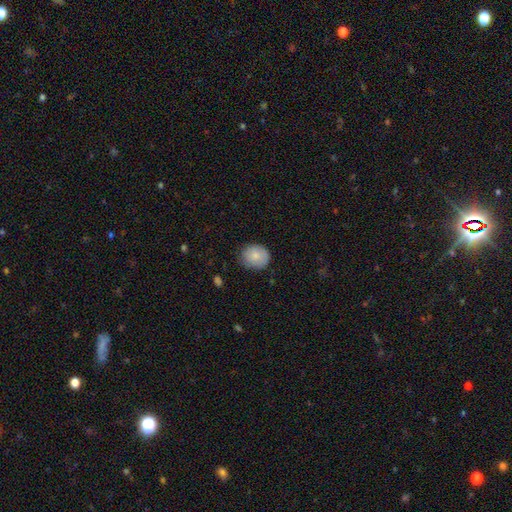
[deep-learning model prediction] A smooth galaxy with no disk features (80%) that is round (73%).

Vote fractions:
- Smooth or featured? smooth: 80% / featured or disk: 12% / star or artifact: 7%
- How rounded? round: 73% / in between: 26% / cigar-shaped: 1%
- Merging? none: 74% / minor disturbance: 21% / major disturbance: 4% / merger: 1%